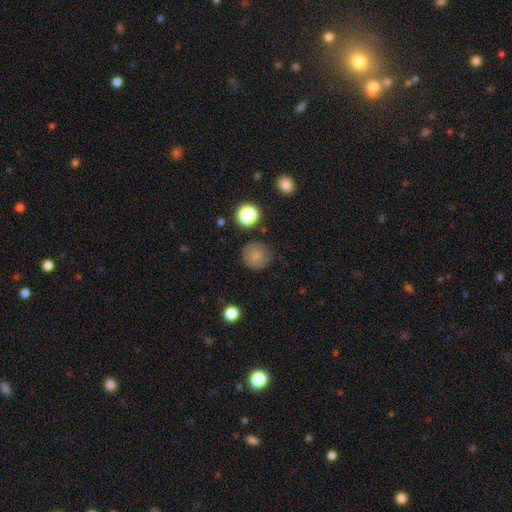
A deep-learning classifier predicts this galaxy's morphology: Smooth or featured? smooth (79%)
How rounded? round (91%)
Merging? none (80%)